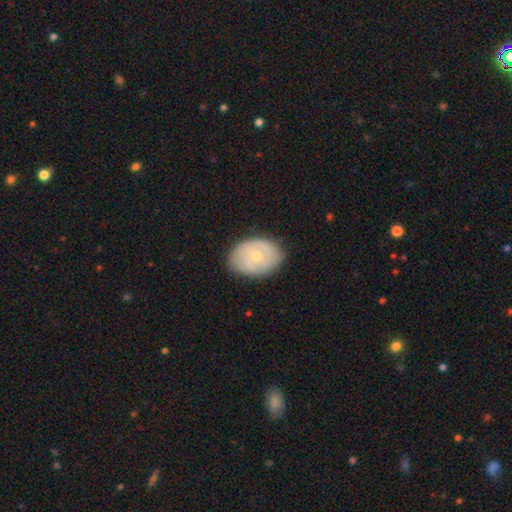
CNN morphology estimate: Smooth or featured? featured or disk (51%)
Edge-on disk? no (94%)
Merging? none (79%)